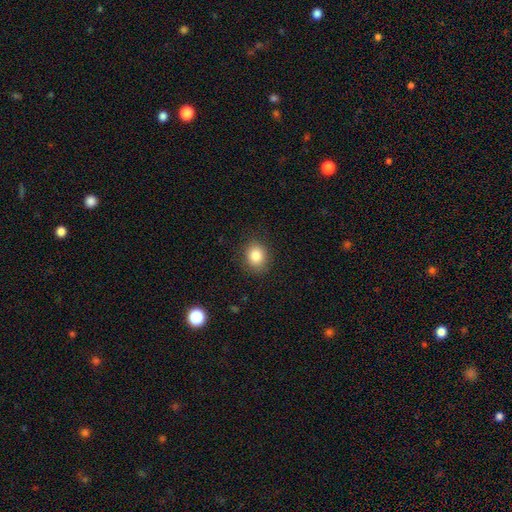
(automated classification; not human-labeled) smooth-or-featured: smooth: 85% | star or artifact: 9% | featured or disk: 5%
  how-rounded: round: 62% | in between: 37% | cigar-shaped: 1%
  merging: none: 87% | minor disturbance: 10% | major disturbance: 3% | merger: 1%